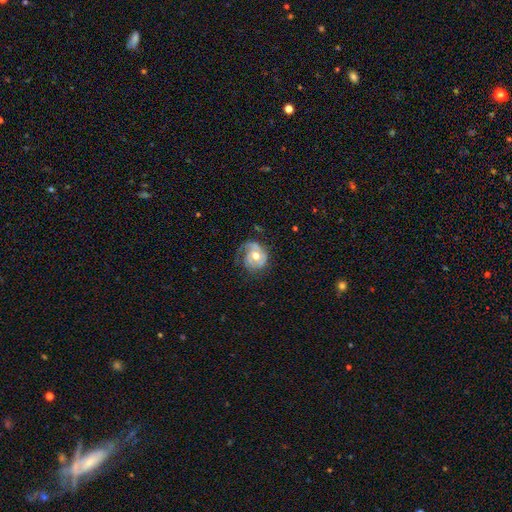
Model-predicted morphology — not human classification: smooth-or-featured: featured or disk: 73% | smooth: 21% | star or artifact: 6%
  disk-edge-on: no: 98% | yes: 2%
    bar: no: 70% | weak: 24% | strong: 6%
    has-spiral-arms: yes: 85% | no: 15%
      spiral-winding: tight: 45% | medium: 35% | loose: 21%
      spiral-arm-count: 1: 50% | 2: 28% | can't tell: 13% | 3: 5% | 4: 2% | more than 4: 2%
    bulge-size: moderate: 76% | small: 15% | large: 8% | none: 1% | dominant: 1%
  merging: none: 50% | minor disturbance: 24% | major disturbance: 24% | merger: 2%